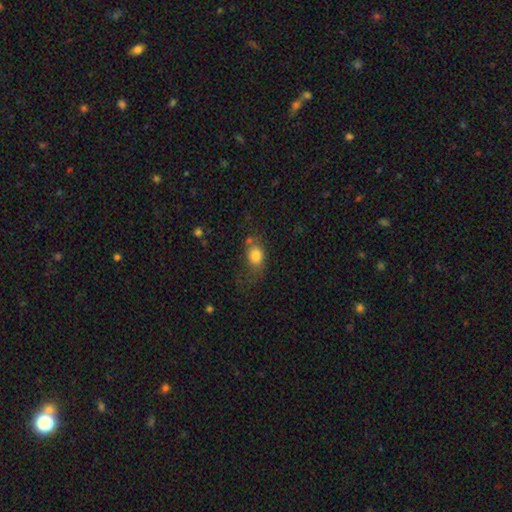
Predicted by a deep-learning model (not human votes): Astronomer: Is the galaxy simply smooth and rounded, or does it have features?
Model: smooth — 79%.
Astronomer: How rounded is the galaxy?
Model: in between — 63%.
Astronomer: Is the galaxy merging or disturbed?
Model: none — 48% (runner-up: minor disturbance, 27%).